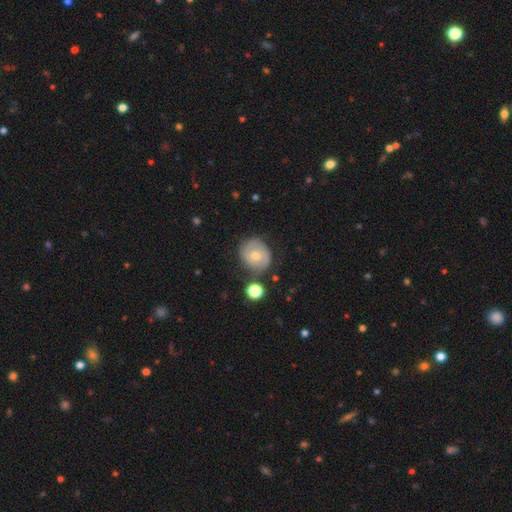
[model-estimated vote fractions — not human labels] This is possibly a featured or disk galaxy (47%). Merging: likely none (71%).